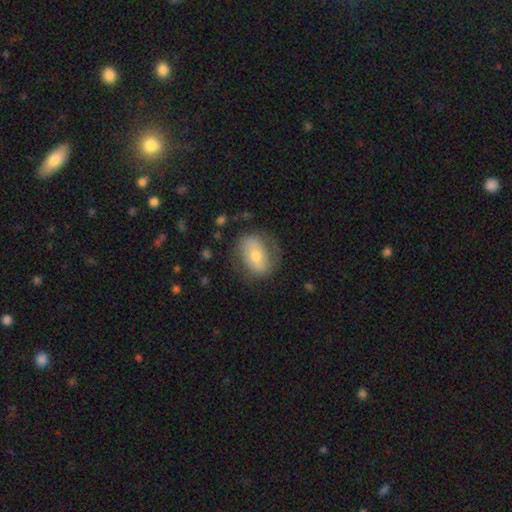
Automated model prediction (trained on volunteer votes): Q: Smooth or featured?
A: smooth (48%); runner-up: featured or disk (45%)
Q: Merging?
A: none (71%); runner-up: minor disturbance (19%)